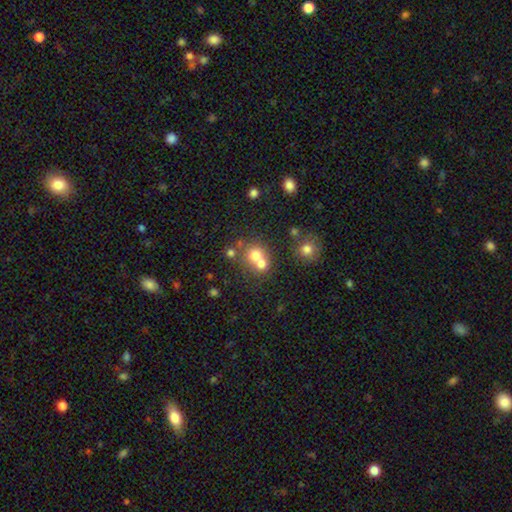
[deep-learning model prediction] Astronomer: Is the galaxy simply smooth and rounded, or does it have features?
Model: smooth — 68%.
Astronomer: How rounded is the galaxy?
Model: round — 81%.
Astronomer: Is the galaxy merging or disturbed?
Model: merger — 52% (runner-up: none, 39%).